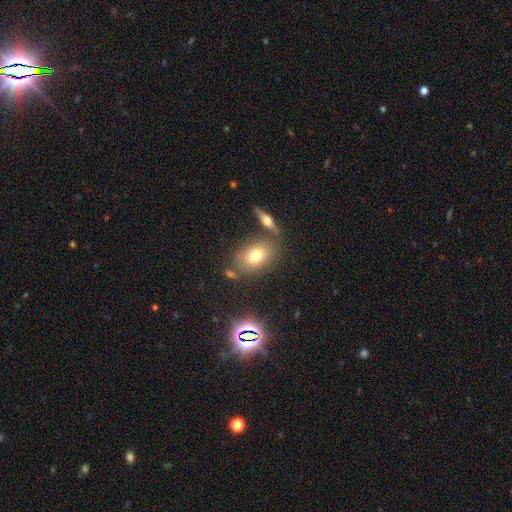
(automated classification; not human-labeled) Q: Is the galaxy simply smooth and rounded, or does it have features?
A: smooth — 72%.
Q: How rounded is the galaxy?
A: in between — 75%.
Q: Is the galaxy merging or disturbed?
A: none — 71%.